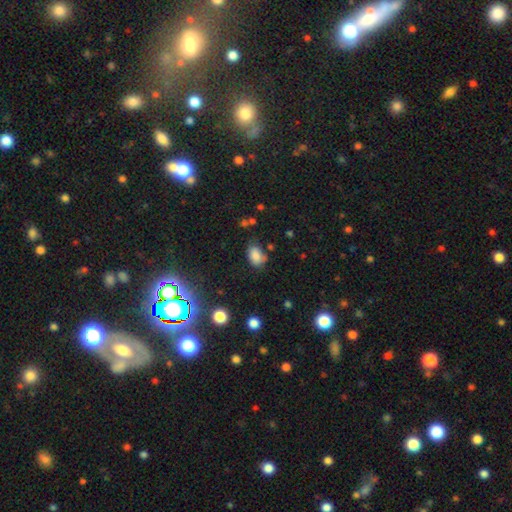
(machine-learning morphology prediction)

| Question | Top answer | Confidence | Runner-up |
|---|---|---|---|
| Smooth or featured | smooth | 81% | star or artifact (12%) |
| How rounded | in between | 83% | round (16%) |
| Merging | none | 63% | minor disturbance (25%) |